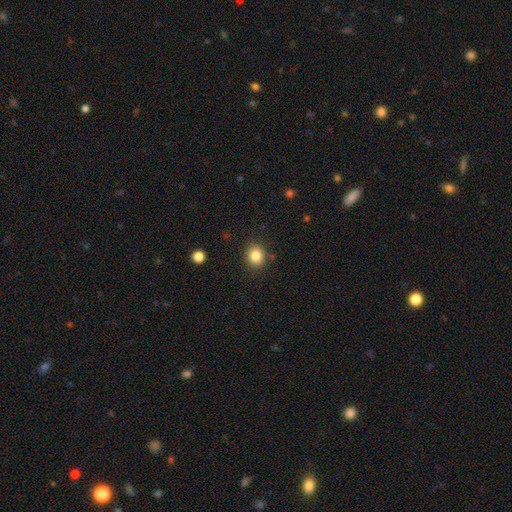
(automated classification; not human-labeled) This appears to be a smooth galaxy with no disk features (84%) that is round (84%). Merging: none (88%).